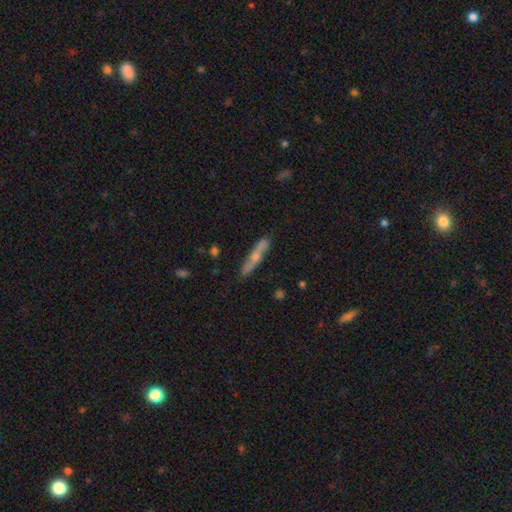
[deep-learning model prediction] Q: Smooth or featured?
A: featured or disk (51%); runner-up: smooth (42%)
Q: Edge-on disk?
A: yes (83%); runner-up: no (17%)
Q: Merging?
A: none (80%); runner-up: minor disturbance (14%)